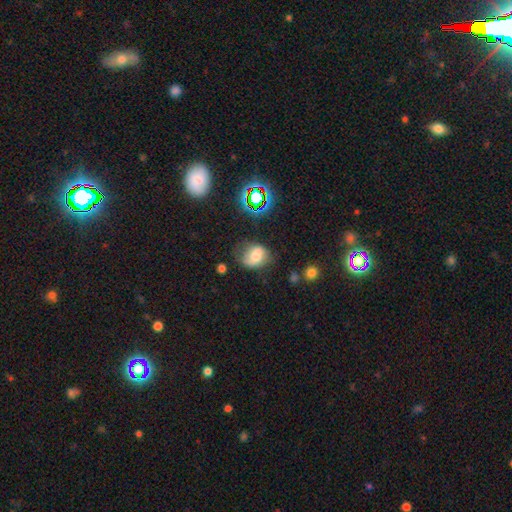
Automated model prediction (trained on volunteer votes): Morphology: type=smooth (55%); roundness=in between (56%); merging=none (51%).